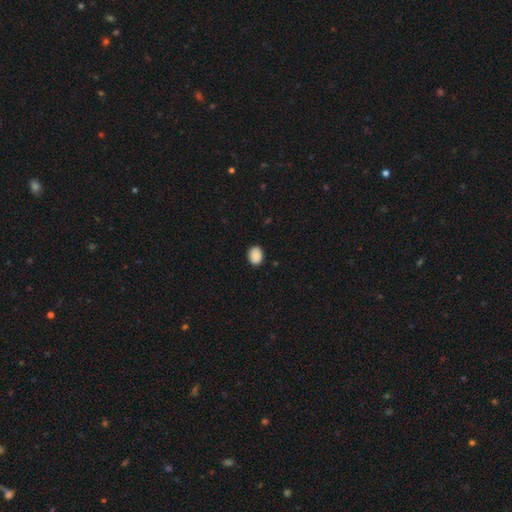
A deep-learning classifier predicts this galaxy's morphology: Smooth or featured? smooth (89%)
How rounded? in between (59%)
Merging? none (85%)